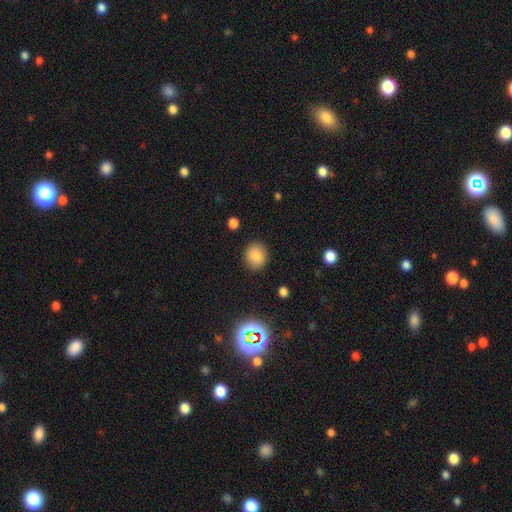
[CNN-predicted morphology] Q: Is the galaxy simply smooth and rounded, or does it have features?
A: smooth — 84%.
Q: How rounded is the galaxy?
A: round — 78%.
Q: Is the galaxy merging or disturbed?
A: none — 88%.